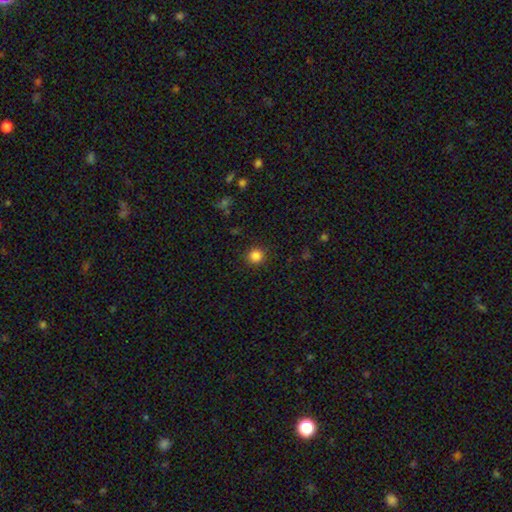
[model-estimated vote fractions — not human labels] Morphology: type=smooth (85%); roundness=round (94%); merging=none (91%).